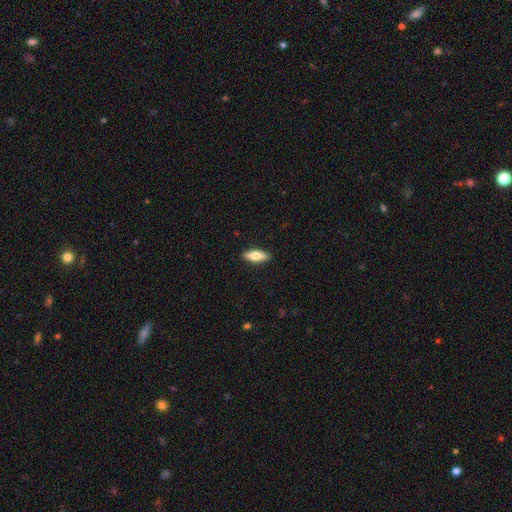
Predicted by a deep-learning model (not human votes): Overall: smooth (70%). How rounded: in between (61%; cigar-shaped 37%). Merging: none (90%).